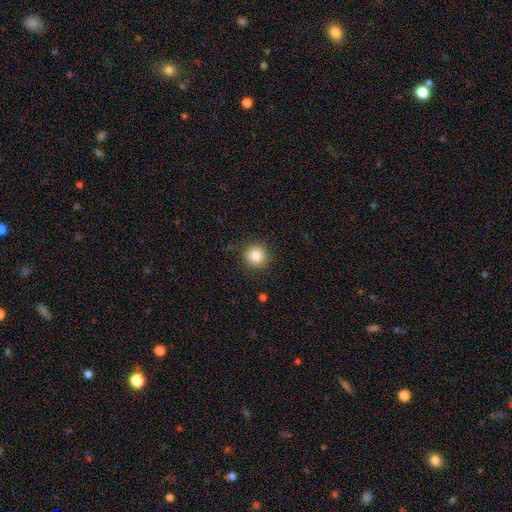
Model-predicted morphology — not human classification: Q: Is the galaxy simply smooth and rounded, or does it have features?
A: smooth — 84%.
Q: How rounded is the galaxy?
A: round — 94%.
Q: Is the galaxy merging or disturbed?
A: none — 89%.